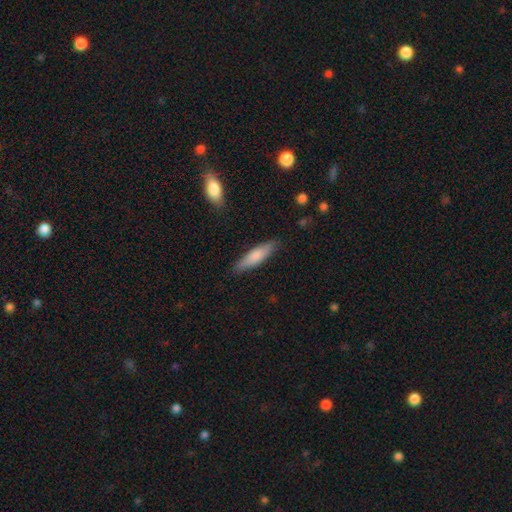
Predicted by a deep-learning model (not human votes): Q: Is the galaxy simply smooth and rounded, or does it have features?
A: smooth — 76%.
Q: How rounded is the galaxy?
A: cigar-shaped — 68%.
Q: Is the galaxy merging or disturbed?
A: none — 85%.